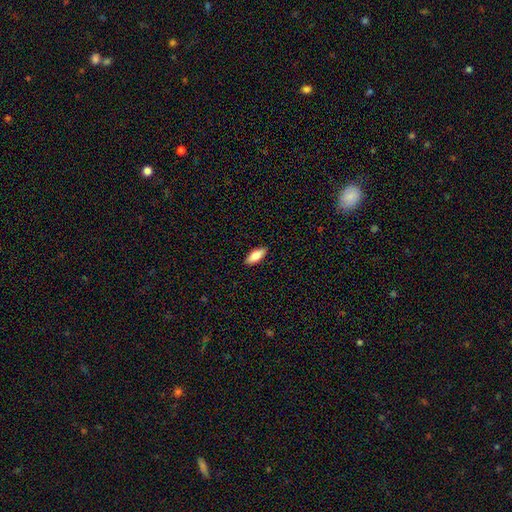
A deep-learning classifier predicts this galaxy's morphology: This appears to be a smooth galaxy with no disk features (85%) that is in between round and cigar-shaped (80%). Merging: none (89%).